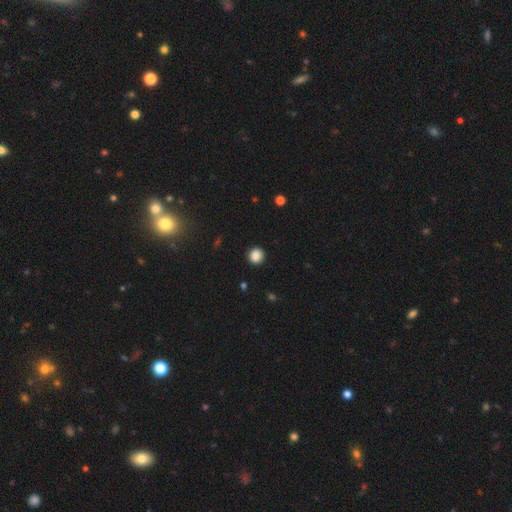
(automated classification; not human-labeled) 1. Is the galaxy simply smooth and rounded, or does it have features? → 87% smooth, 10% star or artifact, 3% featured or disk.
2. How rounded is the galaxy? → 93% round, 6% in between, 1% cigar-shaped.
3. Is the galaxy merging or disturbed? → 92% none, 5% minor disturbance, 2% major disturbance, 1% merger.